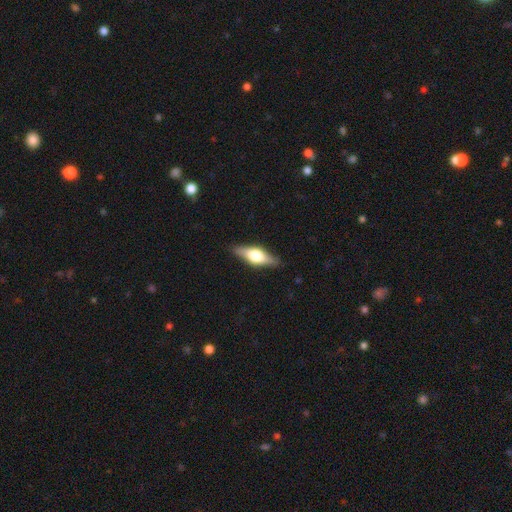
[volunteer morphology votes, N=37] Volunteers were most divided on "smooth or featured": featured or disk: 49%, smooth: 46%, star or artifact: 5%. More confident: edge-on bulge — rounded (100%); edge-on disk — yes (89%); merging — none (83%).